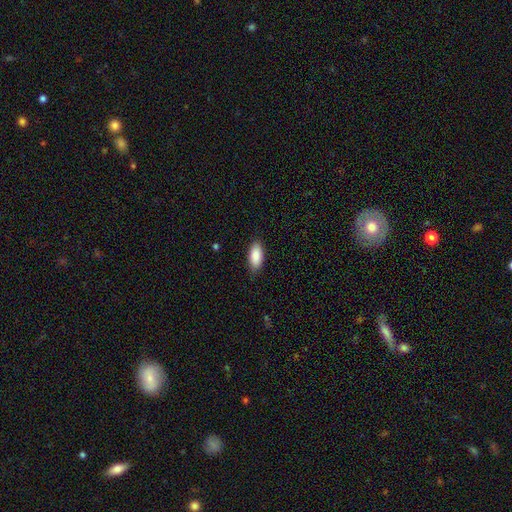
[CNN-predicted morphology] A smooth galaxy with no disk features (89%) that is in between round and cigar-shaped (87%).

Vote fractions:
- Smooth or featured? smooth: 89% / star or artifact: 6% / featured or disk: 5%
- How rounded? in between: 87% / cigar-shaped: 11% / round: 2%
- Merging? none: 85% / minor disturbance: 11% / major disturbance: 2% / merger: 1%